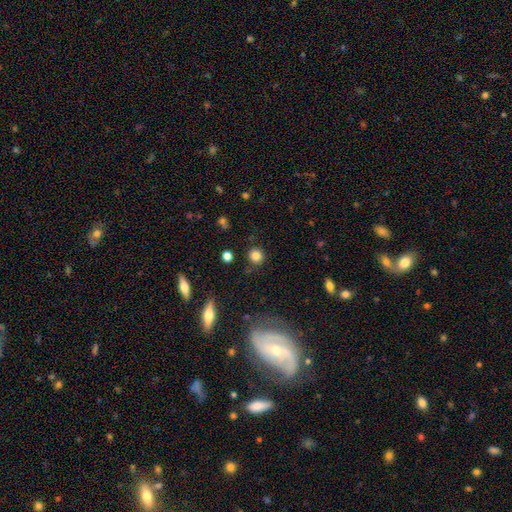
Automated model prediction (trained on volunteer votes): Smooth or featured?
  - smooth: 82% *
  - star or artifact: 12%
  - featured or disk: 6%
How rounded?
  - round: 92% *
  - in between: 7%
  - cigar-shaped: 1%
Merging?
  - none: 88% *
  - minor disturbance: 7%
  - major disturbance: 2%
  - merger: 2%